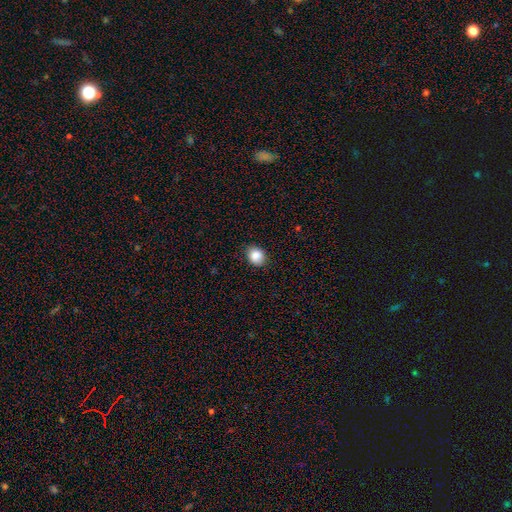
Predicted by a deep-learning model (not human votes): Overall: smooth (86%). How rounded: round (52%; in between 47%). Merging: none (83%).